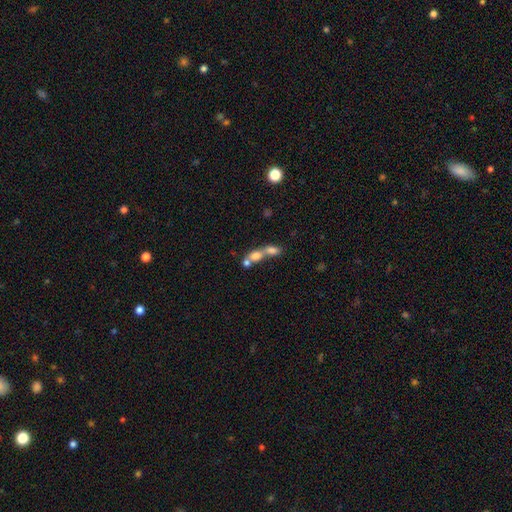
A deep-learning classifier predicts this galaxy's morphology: Smooth or featured? smooth (68%)
How rounded? in between (54%)
Merging? merger (72%)